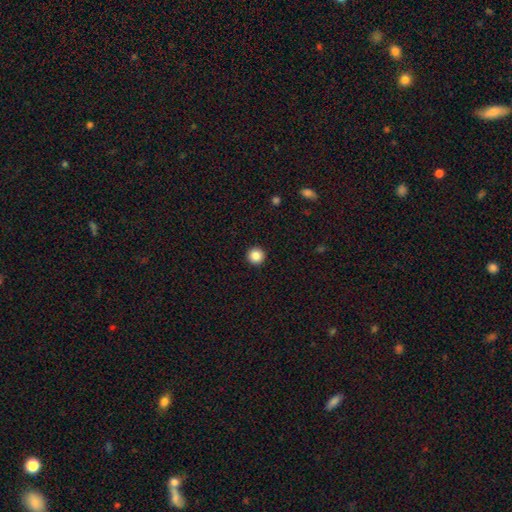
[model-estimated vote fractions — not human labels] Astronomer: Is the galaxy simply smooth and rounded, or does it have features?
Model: smooth — 86%.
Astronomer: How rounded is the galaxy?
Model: round — 96%.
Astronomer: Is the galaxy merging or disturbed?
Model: none — 94%.